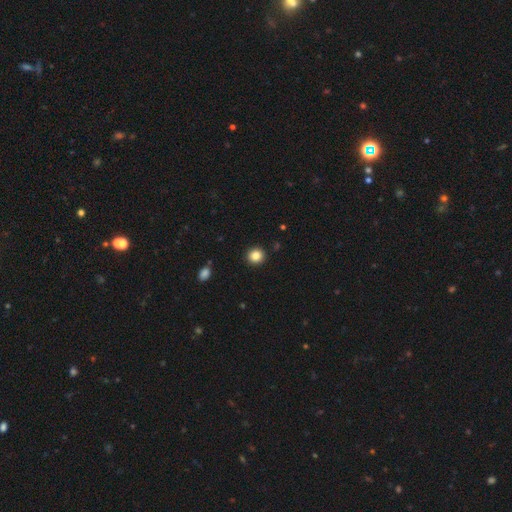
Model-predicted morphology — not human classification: Smooth or featured? Predicted: smooth (p=0.84). How rounded? Predicted: round (p=0.91). Merging? Predicted: none (p=0.92).